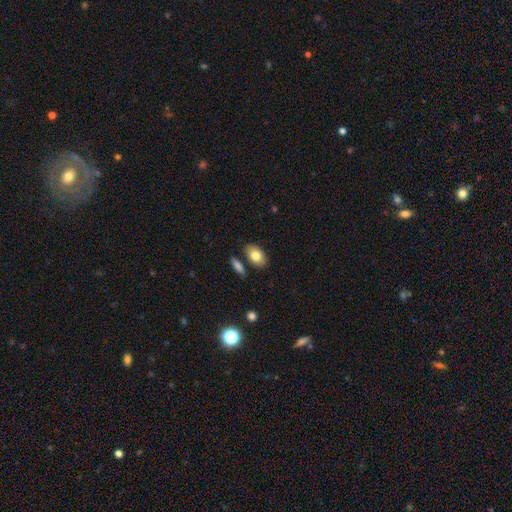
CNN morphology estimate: The model was most divided on "smooth or featured": smooth: 80%, featured or disk: 13%, star or artifact: 7%. More confident: how rounded — in between (91%); merging — none (81%).